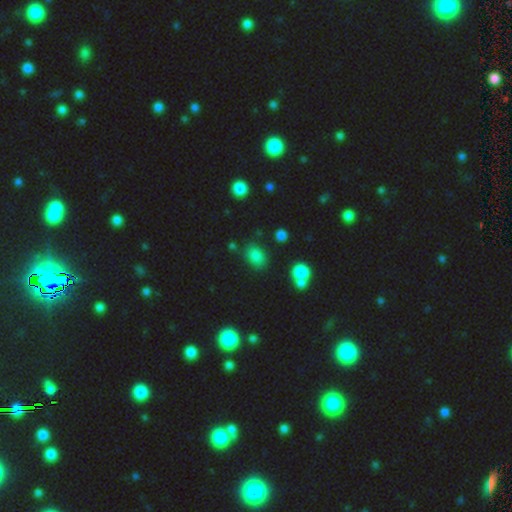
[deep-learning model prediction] Morphology: type=smooth (79%); roundness=in between (67%); merging=none (75%).